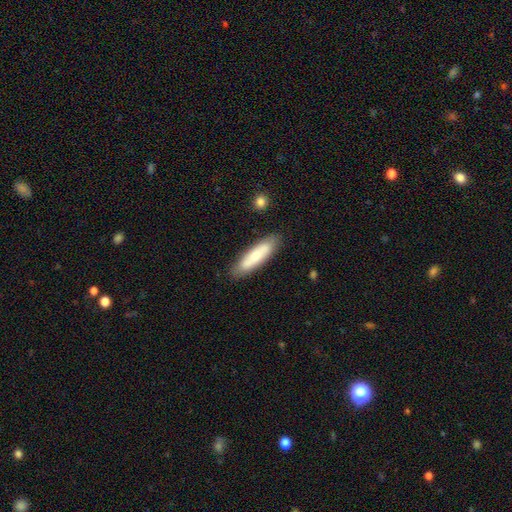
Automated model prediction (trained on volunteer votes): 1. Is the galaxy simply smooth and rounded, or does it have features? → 57% smooth, 38% featured or disk, 5% star or artifact.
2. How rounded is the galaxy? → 58% cigar-shaped, 40% in between, 2% round.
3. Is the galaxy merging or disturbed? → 84% none, 11% minor disturbance, 2% major disturbance, 2% merger.